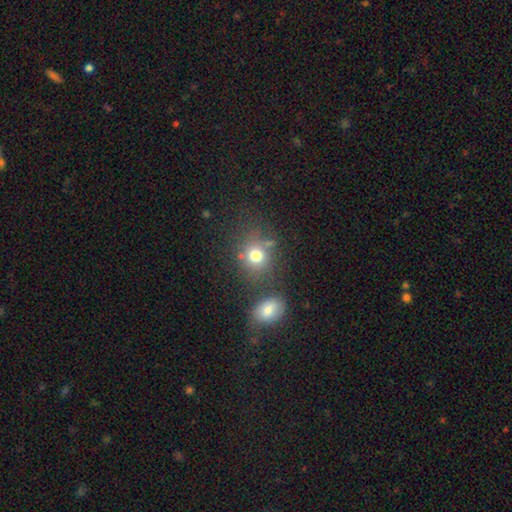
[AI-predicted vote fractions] Smooth or featured? Predicted: smooth (p=0.75). How rounded? Predicted: round (p=0.74). Merging? Predicted: none (p=0.65).